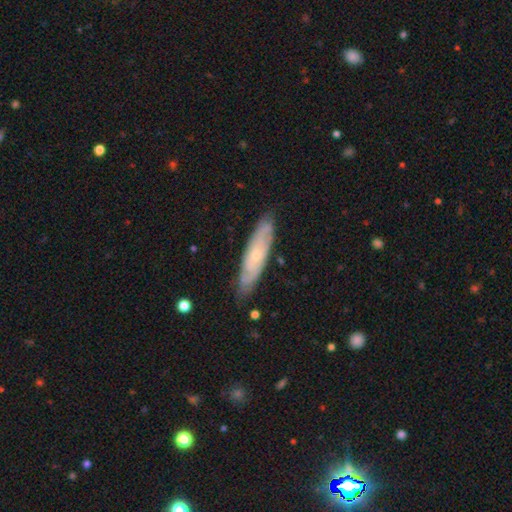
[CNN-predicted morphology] featured or disk 66%, smooth 28%, star or artifact 6%. Down the decision tree: edge-on disk — no (68%); merging — none (81%).